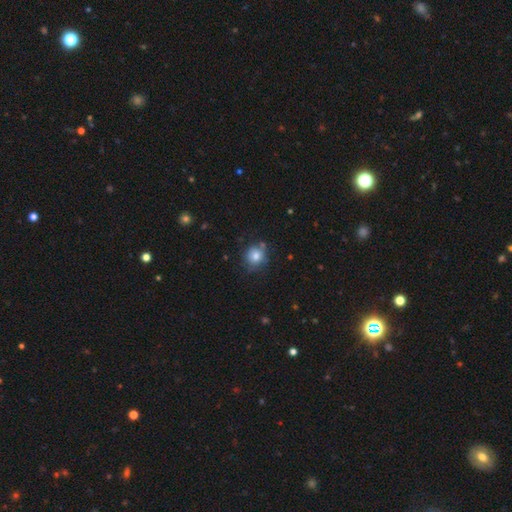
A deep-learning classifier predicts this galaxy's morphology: This is likely a smooth galaxy (79%). How rounded: clearly round (87%). Merging: likely none (72%).